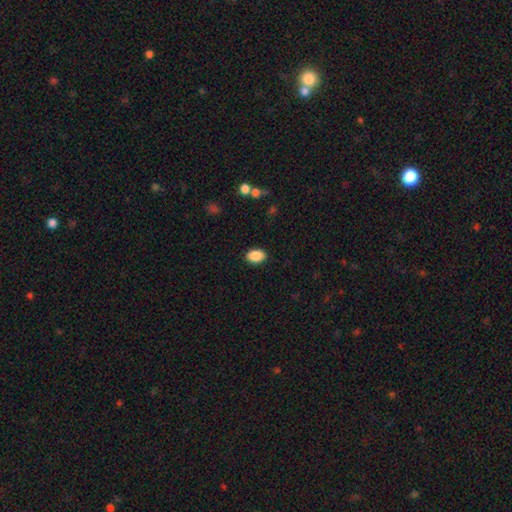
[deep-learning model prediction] Morphology: type=smooth (89%); roundness=in between (84%); merging=none (89%).